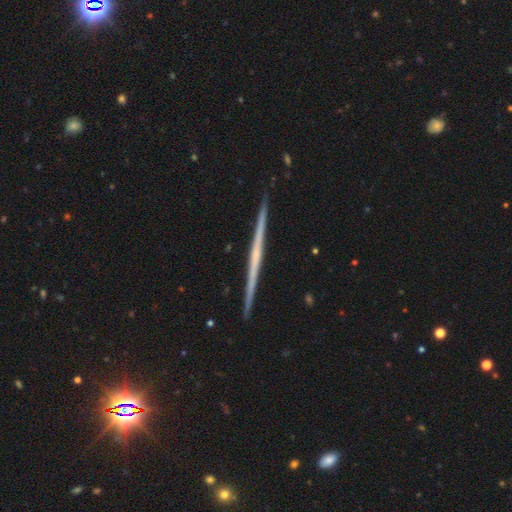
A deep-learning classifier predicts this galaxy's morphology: smooth_or_featured: featured or disk (p=0.77) [alt: smooth p=0.17]
disk_edge_on: yes (p=0.99) [alt: no p=0.01]
edge_on_bulge: none (p=0.75) [alt: rounded p=0.19]
merging: none (p=0.92) [alt: minor disturbance p=0.06]